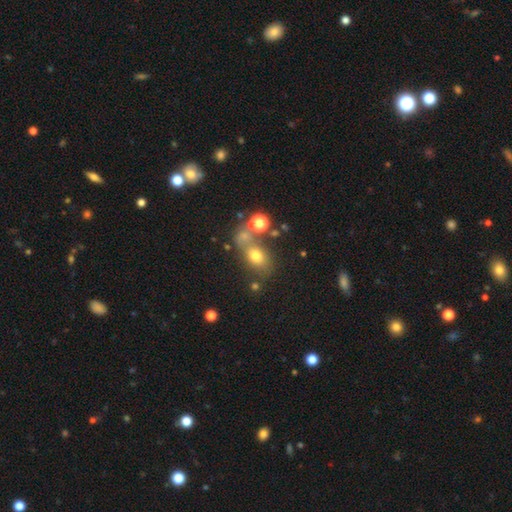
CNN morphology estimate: Smooth or featured? Predicted: smooth (p=0.66). How rounded? Predicted: in between (p=0.63). Merging? Predicted: none (p=0.48).